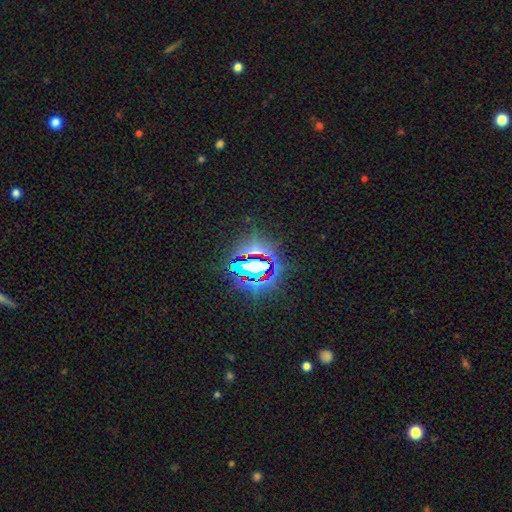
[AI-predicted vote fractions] The model was most divided on "smooth or featured": star or artifact: 73%, smooth: 16%, featured or disk: 11%.